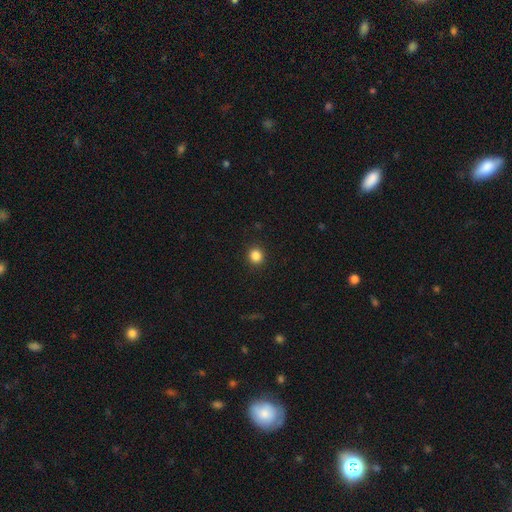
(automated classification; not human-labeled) This is clearly a smooth galaxy (85%). How rounded: clearly round (88%). Merging: clearly none (92%).